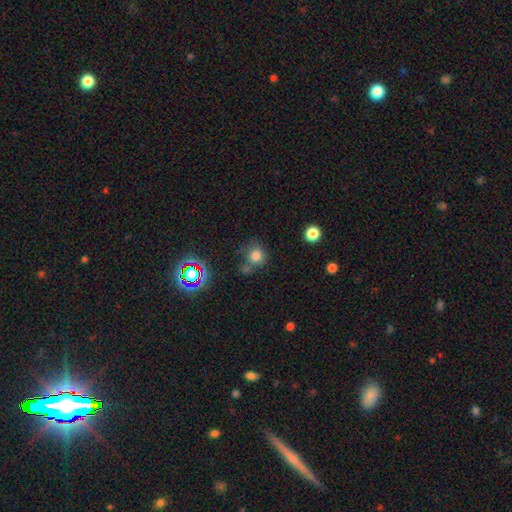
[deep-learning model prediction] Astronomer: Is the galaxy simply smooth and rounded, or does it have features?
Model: smooth — 76%.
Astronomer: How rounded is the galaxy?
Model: round — 87%.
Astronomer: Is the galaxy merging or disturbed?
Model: none — 62%.